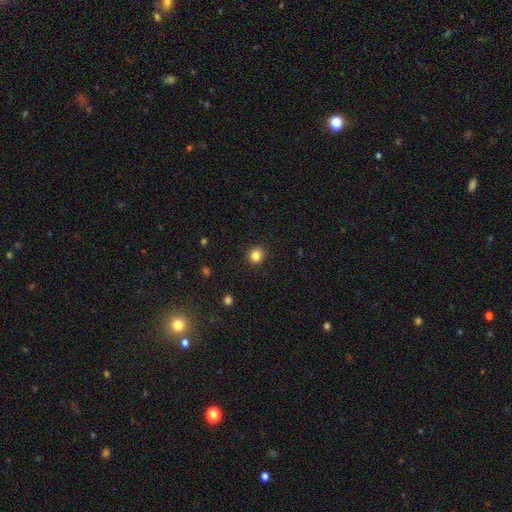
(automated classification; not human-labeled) Smooth or featured? smooth (84%)
How rounded? round (88%)
Merging? none (91%)